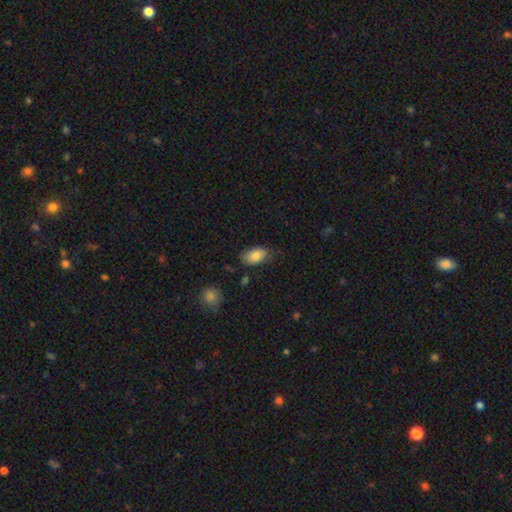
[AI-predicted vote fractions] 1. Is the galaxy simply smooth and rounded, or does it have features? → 81% smooth, 11% featured or disk, 7% star or artifact.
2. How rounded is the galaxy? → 93% in between, 5% round, 2% cigar-shaped.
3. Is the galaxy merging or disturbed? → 67% none, 25% minor disturbance, 6% major disturbance, 2% merger.